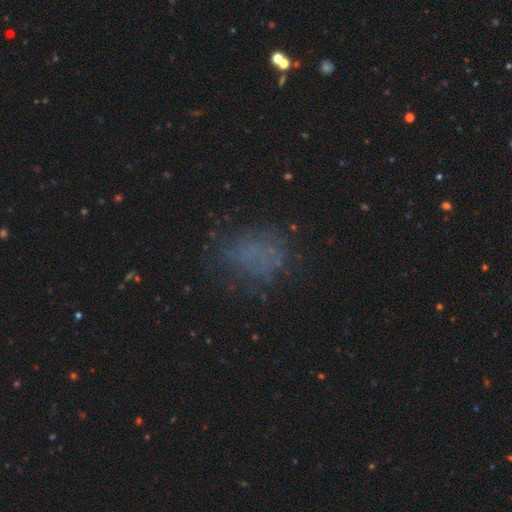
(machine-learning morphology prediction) The model was most divided on "smooth or featured": smooth: 53%, star or artifact: 27%, featured or disk: 20%. More confident: merging — none (64%); how rounded — in between (64%).